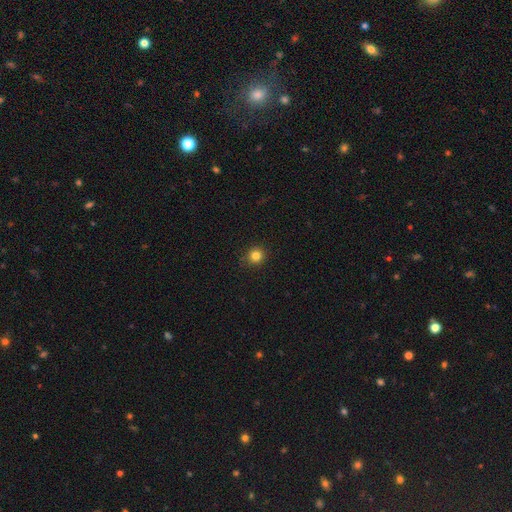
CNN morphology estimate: smooth-or-featured: smooth: 83% | star or artifact: 13% | featured or disk: 5%
  how-rounded: round: 91% | in between: 8% | cigar-shaped: 1%
  merging: none: 89% | minor disturbance: 8% | major disturbance: 2% | merger: 1%